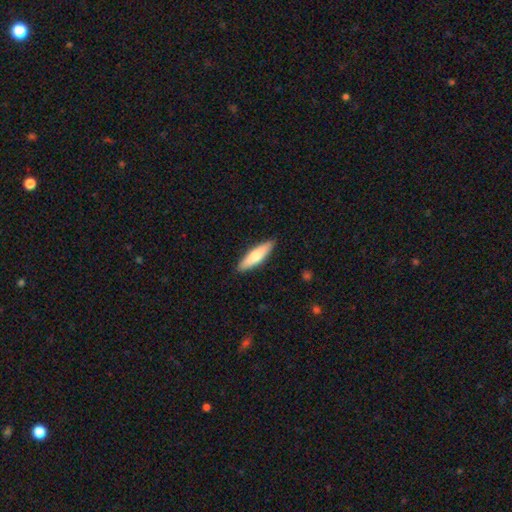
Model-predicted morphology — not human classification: type=smooth (69%); roundness=cigar-shaped (67%); merging=none (89%).